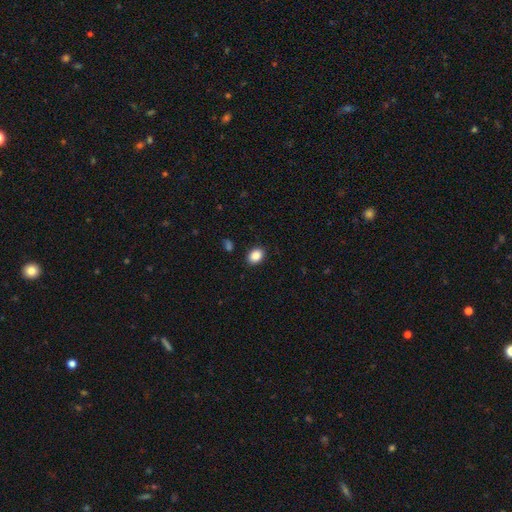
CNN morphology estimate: smooth 88%, star or artifact 9%, featured or disk 4%. Down the decision tree: how rounded — in between (65%); merging — none (89%).